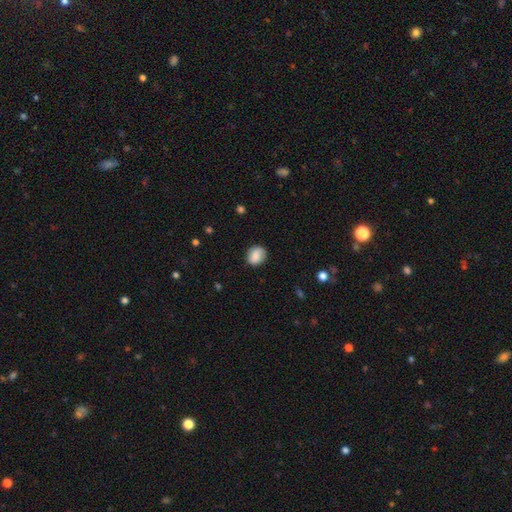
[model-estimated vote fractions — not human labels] The model was most divided on "how rounded": round: 59%, in between: 40%, cigar-shaped: 1%. More confident: smooth or featured — smooth (82%); merging — none (79%).